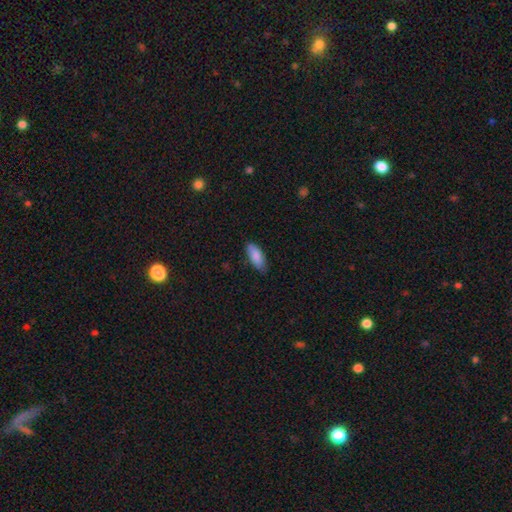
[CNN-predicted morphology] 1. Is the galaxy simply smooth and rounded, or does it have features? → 86% smooth, 8% featured or disk, 6% star or artifact.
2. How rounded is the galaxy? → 81% in between, 17% cigar-shaped, 2% round.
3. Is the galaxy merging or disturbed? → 77% none, 19% minor disturbance, 3% major disturbance, 1% merger.